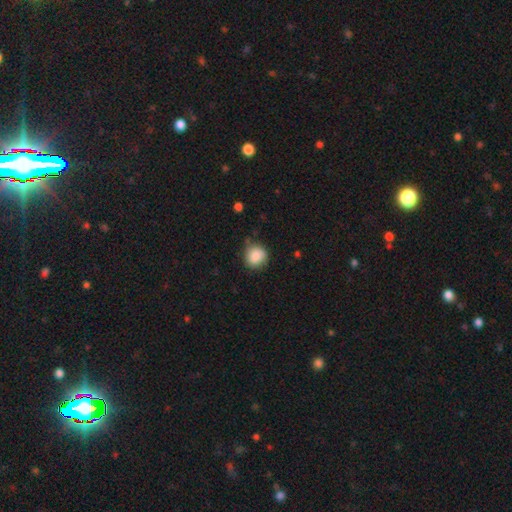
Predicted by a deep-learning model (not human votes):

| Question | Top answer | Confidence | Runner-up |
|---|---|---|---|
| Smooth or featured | smooth | 85% | star or artifact (8%) |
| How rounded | round | 84% | in between (15%) |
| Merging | none | 71% | minor disturbance (22%) |